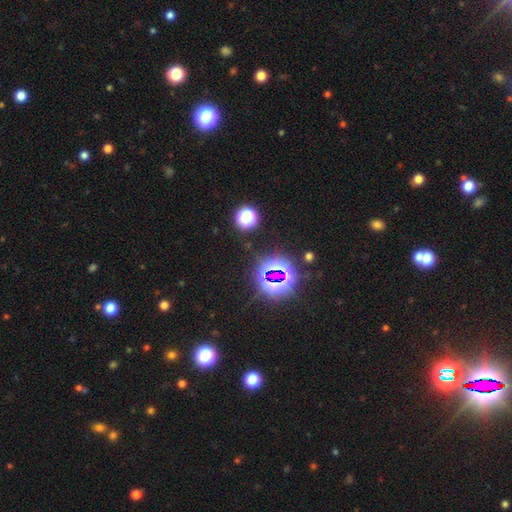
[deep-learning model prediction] Smooth or featured? star or artifact (79%)